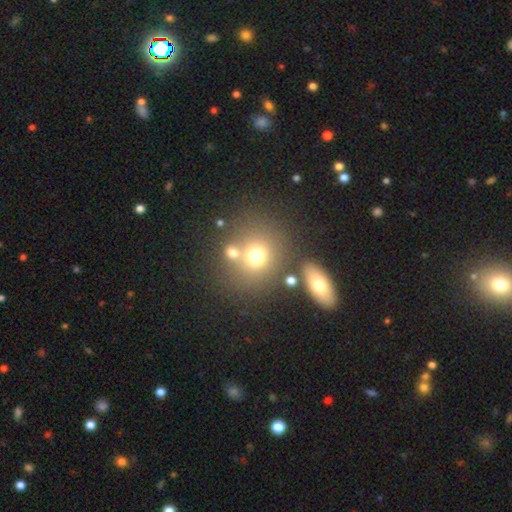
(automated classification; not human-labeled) smooth 70%, star or artifact 16%, featured or disk 15%. Down the decision tree: how rounded — round (80%); merging — none (60%).